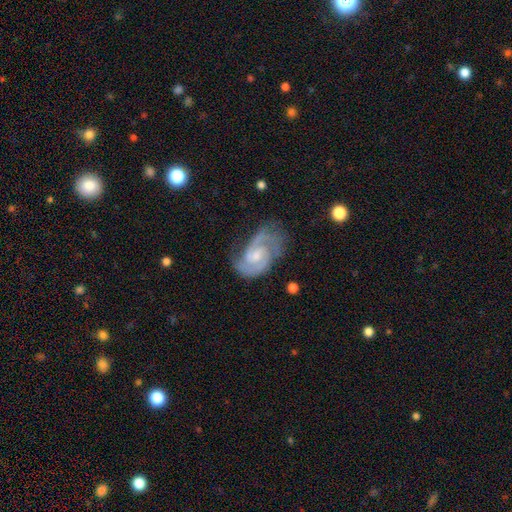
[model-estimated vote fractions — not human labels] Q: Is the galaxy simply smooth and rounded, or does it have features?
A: featured or disk — 89%.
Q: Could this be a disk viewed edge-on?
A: no — 97%.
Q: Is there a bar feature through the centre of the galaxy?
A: no — 46%, tied with weak.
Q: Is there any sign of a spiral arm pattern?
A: yes — 98%.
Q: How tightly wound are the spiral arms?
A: medium — 49%.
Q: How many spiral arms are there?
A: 2 — 87%.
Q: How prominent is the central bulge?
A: small — 54%.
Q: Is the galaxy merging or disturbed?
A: none — 68%.